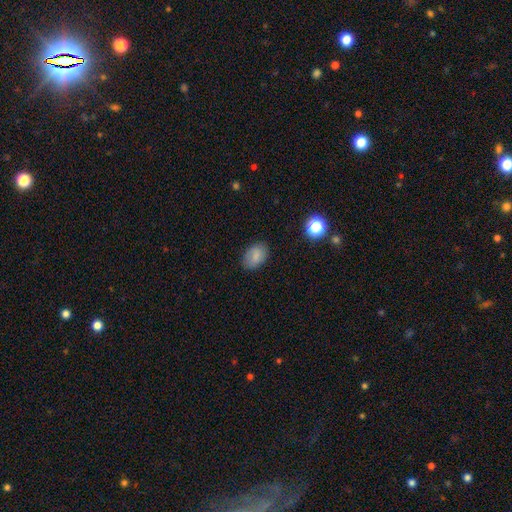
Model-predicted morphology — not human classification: Smooth or featured? Predicted: smooth (p=0.81). How rounded? Predicted: in between (p=0.85). Merging? Predicted: none (p=0.83).